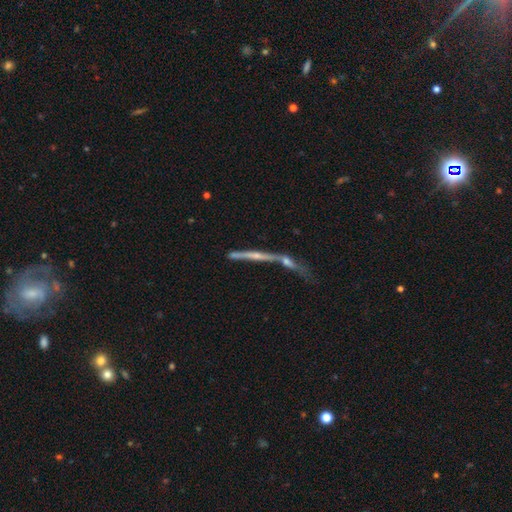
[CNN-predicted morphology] type=featured or disk (72%); edge-on=yes (93%); edge-on bulge=rounded (62%); merging=none (49%).